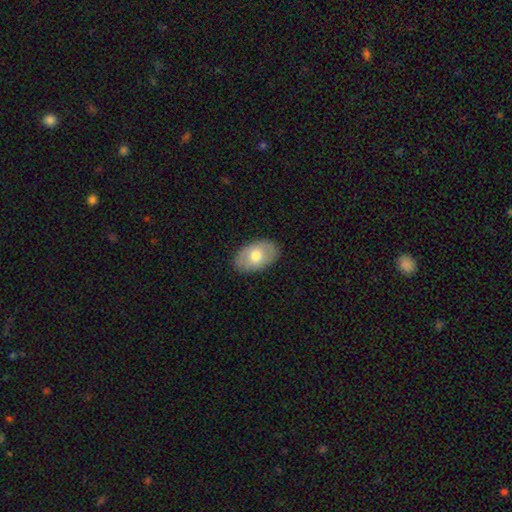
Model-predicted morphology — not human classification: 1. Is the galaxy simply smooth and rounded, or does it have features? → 67% smooth, 27% featured or disk, 6% star or artifact.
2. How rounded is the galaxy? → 89% in between, 10% round, 1% cigar-shaped.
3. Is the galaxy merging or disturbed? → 86% none, 11% minor disturbance, 2% major disturbance, 1% merger.